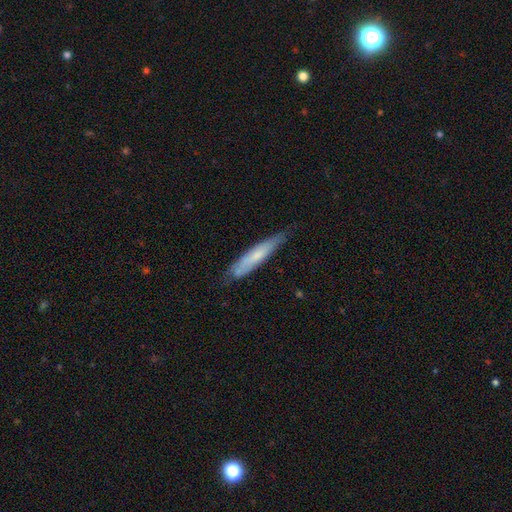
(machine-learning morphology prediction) This is possibly a smooth galaxy (57%). How rounded: clearly cigar-shaped (90%). Merging: likely none (71%).